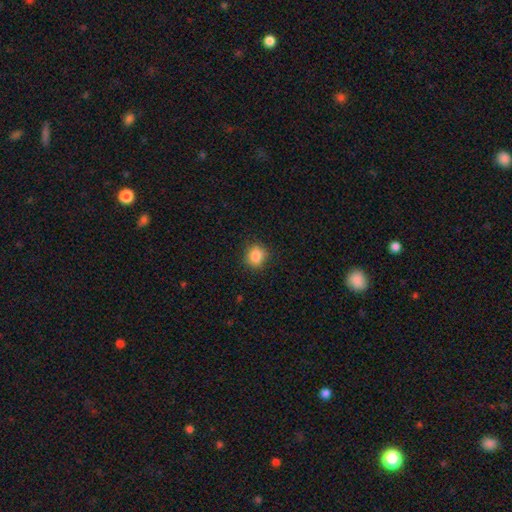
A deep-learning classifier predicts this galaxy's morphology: smooth-or-featured: smooth: 86% | star or artifact: 10% | featured or disk: 4%
  how-rounded: round: 78% | in between: 21% | cigar-shaped: 1%
  merging: none: 87% | minor disturbance: 10% | major disturbance: 3% | merger: 1%